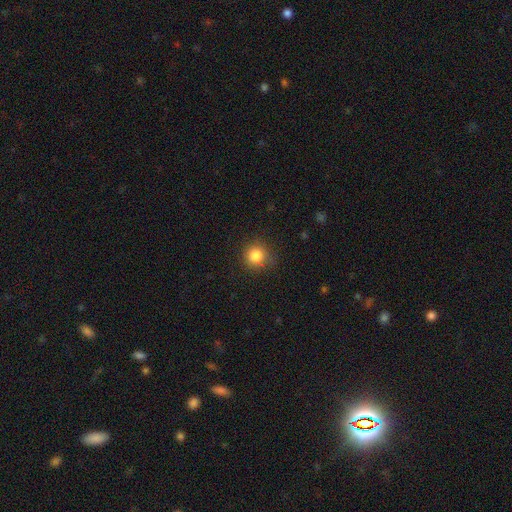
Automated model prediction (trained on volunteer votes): Morphology: type=smooth (83%); roundness=round (92%); merging=none (85%).